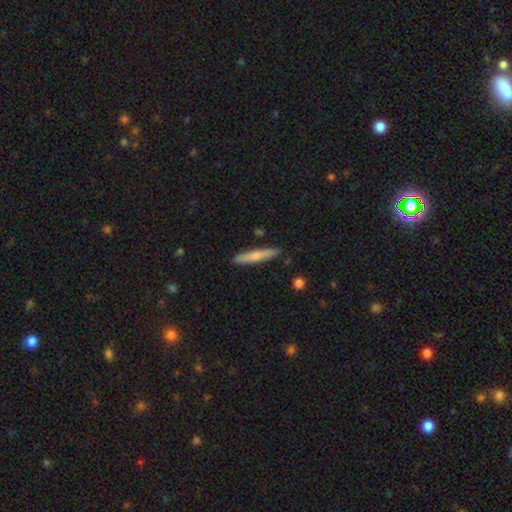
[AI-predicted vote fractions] Smooth or featured?
  - smooth: 67% *
  - featured or disk: 28%
  - star or artifact: 6%
How rounded?
  - cigar-shaped: 91% *
  - in between: 7%
  - round: 1%
Merging?
  - none: 88% *
  - minor disturbance: 8%
  - merger: 2%
  - major disturbance: 2%